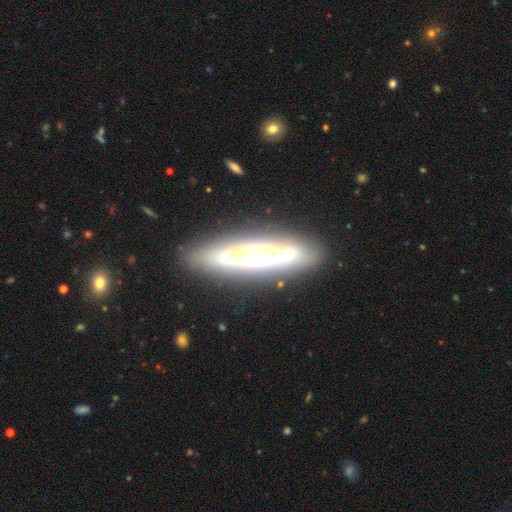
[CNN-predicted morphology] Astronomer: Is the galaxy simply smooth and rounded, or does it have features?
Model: featured or disk — 73%.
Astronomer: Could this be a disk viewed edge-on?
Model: no — 52% (runner-up: yes, 48%).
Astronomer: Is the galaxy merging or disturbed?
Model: none — 80%.